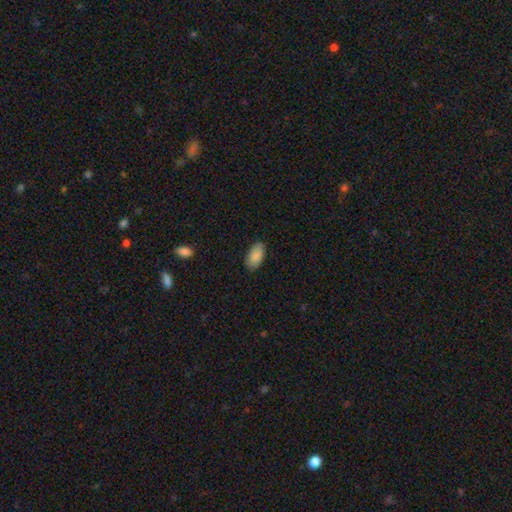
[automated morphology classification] The model was most divided on "merging": none: 85%, minor disturbance: 12%, major disturbance: 2%, merger: 1%. More confident: how rounded — in between (95%); smooth or featured — smooth (88%).